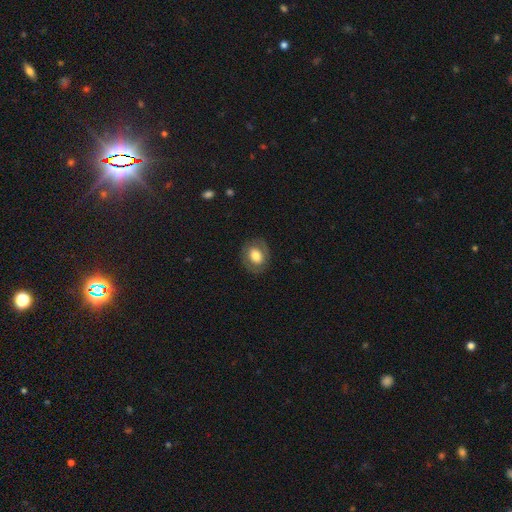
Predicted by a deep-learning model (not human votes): smooth_or_featured: smooth (p=0.64) [alt: featured or disk p=0.29]
how_rounded: in between (p=0.56) [alt: round p=0.43]
merging: none (p=0.82) [alt: minor disturbance p=0.12]